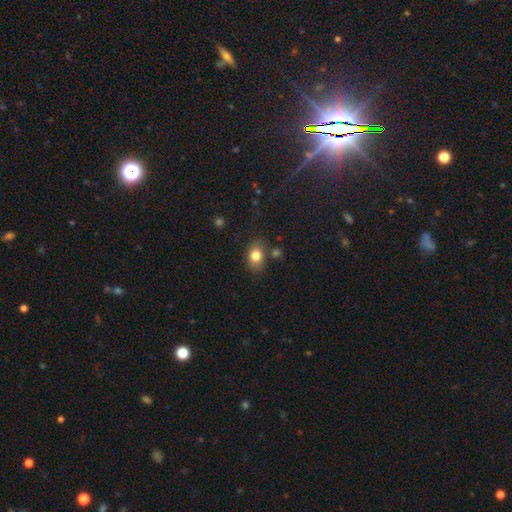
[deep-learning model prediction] smooth-or-featured: smooth: 81% | star or artifact: 10% | featured or disk: 9%
  how-rounded: in between: 66% | round: 33% | cigar-shaped: 1%
  merging: none: 74% | minor disturbance: 16% | merger: 6% | major disturbance: 4%